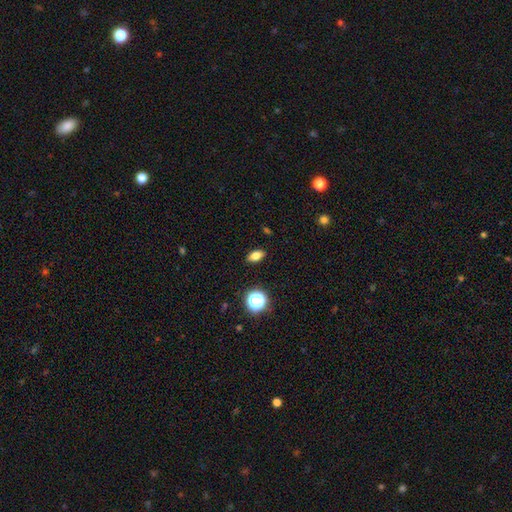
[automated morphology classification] A smooth galaxy with no disk features (78%) that is in between round and cigar-shaped (83%).

Vote fractions:
- Smooth or featured? smooth: 78% / star or artifact: 13% / featured or disk: 10%
- How rounded? in between: 83% / round: 11% / cigar-shaped: 6%
- Merging? none: 89% / minor disturbance: 8% / major disturbance: 2% / merger: 1%